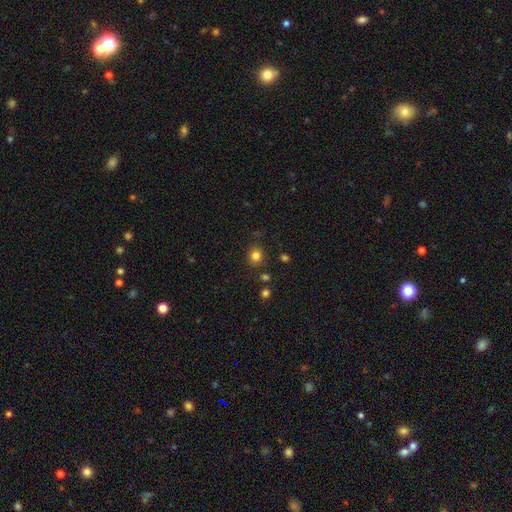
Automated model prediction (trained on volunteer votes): Smooth or featured: smooth — 81% (star or artifact — 13%)
How rounded: round — 84% (in between — 16%)
Merging: none — 84% (minor disturbance — 9%)